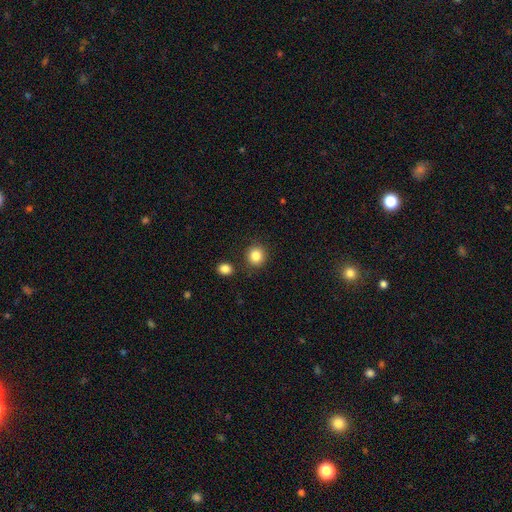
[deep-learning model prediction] Overall: smooth (85%). How rounded: round (88%). Merging: none (86%).